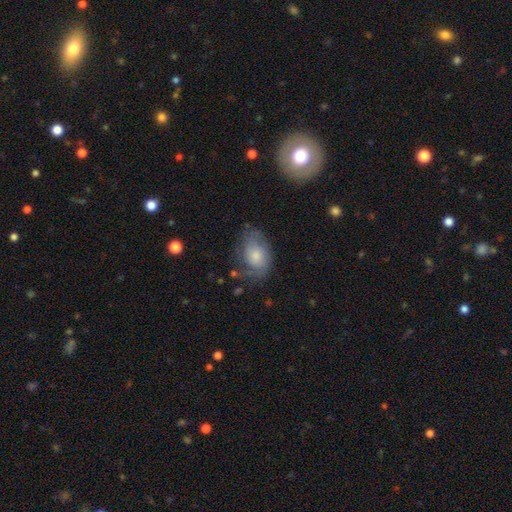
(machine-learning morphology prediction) A smooth galaxy with no disk features (55%) that is in between round and cigar-shaped (80%). Merging: none (54%).